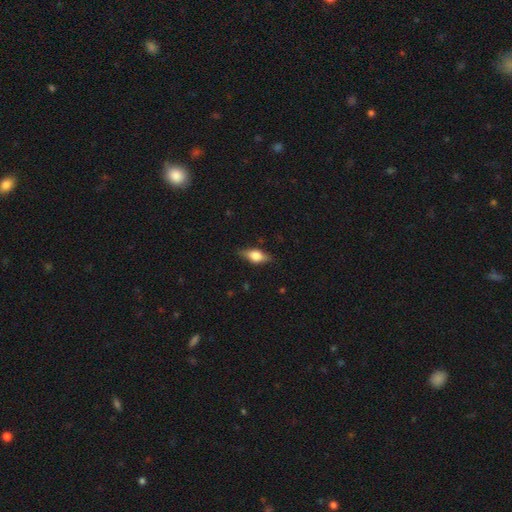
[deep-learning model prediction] Smooth or featured: smooth — 51% (featured or disk — 41%)
How rounded: in between — 73% (cigar-shaped — 20%)
Merging: none — 82% (minor disturbance — 14%)